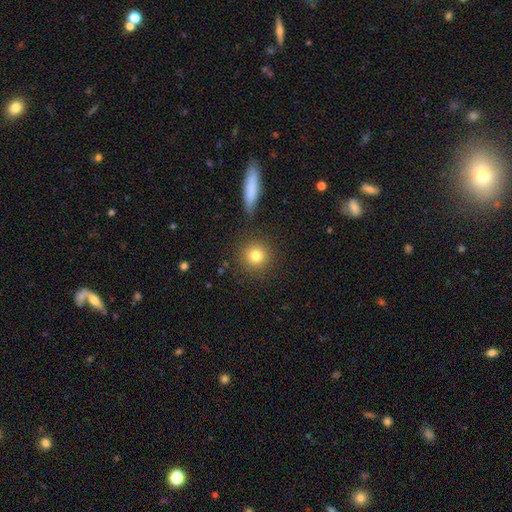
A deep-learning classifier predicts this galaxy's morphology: A smooth galaxy with no disk features (80%) that is round (93%).

Vote fractions:
- Smooth or featured? smooth: 80% / star or artifact: 12% / featured or disk: 8%
- How rounded? round: 93% / in between: 6% / cigar-shaped: 1%
- Merging? none: 87% / minor disturbance: 7% / merger: 3% / major disturbance: 3%